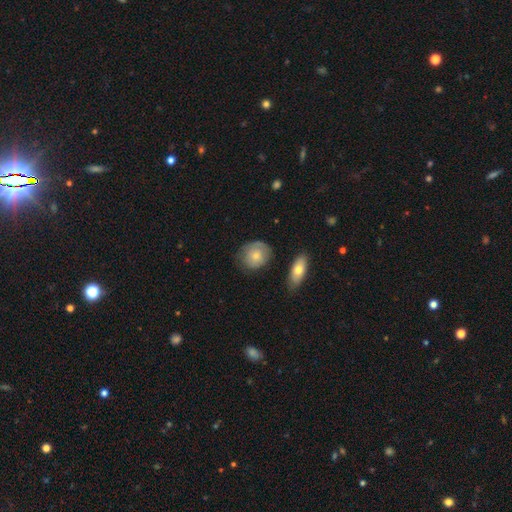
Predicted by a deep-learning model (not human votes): This is likely a smooth galaxy (68%). How rounded: likely round (71%). Merging: likely none (65%).